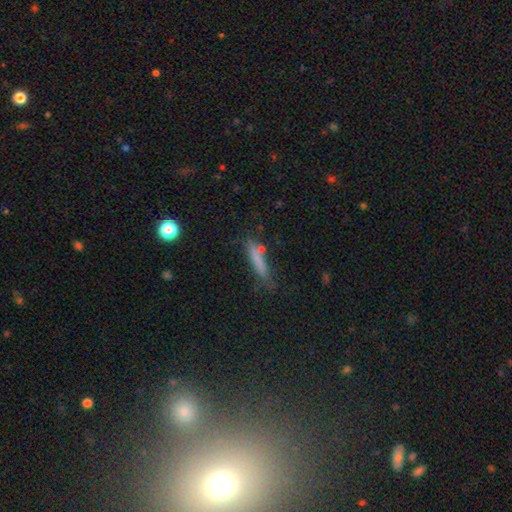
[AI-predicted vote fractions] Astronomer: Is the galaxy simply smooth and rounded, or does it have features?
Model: smooth — 71%.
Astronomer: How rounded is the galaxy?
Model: cigar-shaped — 90%.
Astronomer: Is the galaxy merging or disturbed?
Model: none — 74%.